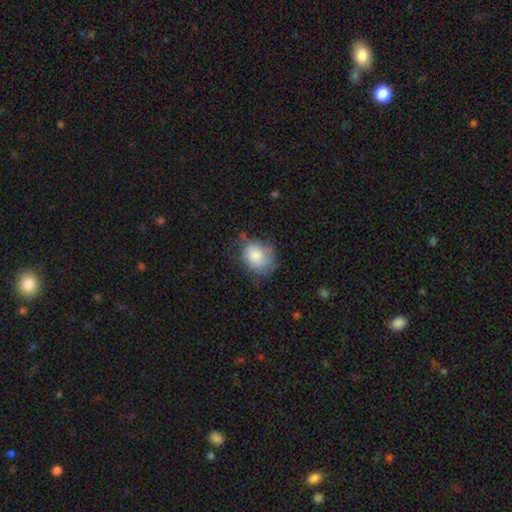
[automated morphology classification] Smooth or featured? smooth (79%)
How rounded? in between (50%)
Merging? none (52%)